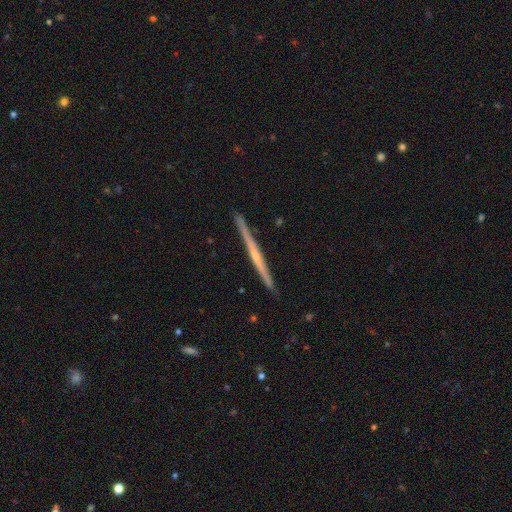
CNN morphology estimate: Smooth or featured? featured or disk (72%)
Edge-on disk? yes (98%)
Edge-on bulge? none (55%)
Merging? none (92%)